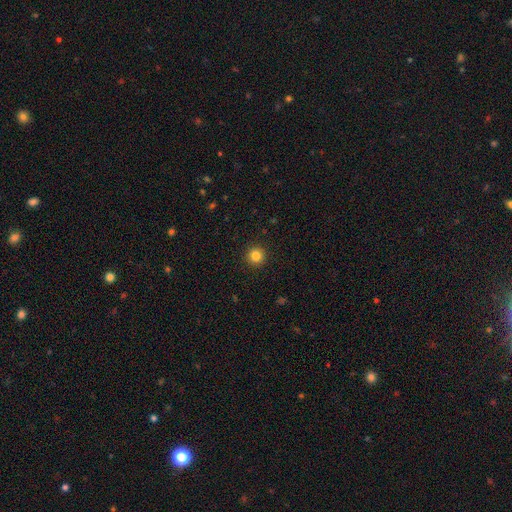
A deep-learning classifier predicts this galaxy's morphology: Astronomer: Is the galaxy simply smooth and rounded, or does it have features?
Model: smooth — 84%.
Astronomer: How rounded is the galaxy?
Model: round — 96%.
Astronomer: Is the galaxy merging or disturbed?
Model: none — 93%.